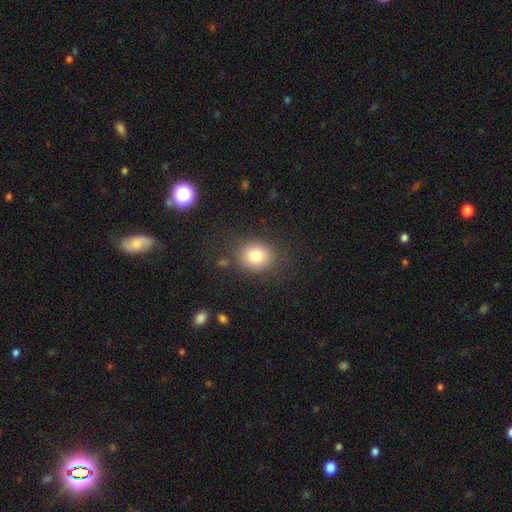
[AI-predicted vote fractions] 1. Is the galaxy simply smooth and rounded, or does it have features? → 81% smooth, 10% star or artifact, 8% featured or disk.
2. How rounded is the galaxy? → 66% round, 34% in between, 1% cigar-shaped.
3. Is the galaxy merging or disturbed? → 82% none, 11% minor disturbance, 4% major disturbance, 3% merger.